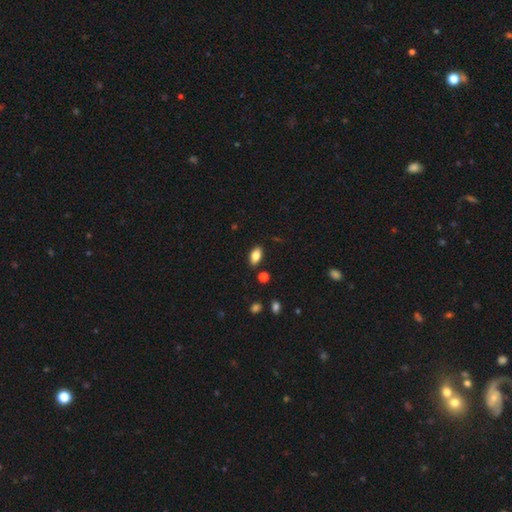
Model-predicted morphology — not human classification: smooth 82%, featured or disk 10%, star or artifact 9%. Down the decision tree: how rounded — in between (91%); merging — none (86%).